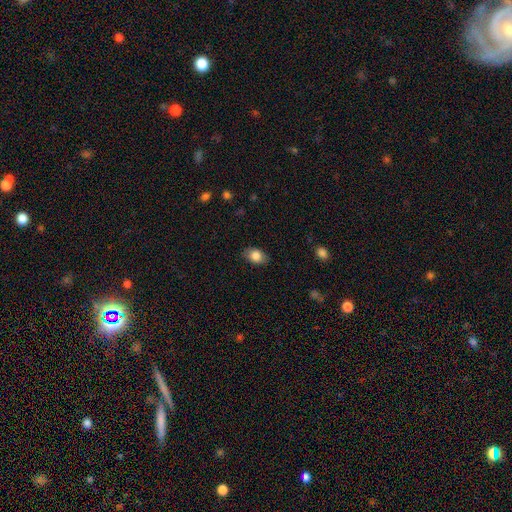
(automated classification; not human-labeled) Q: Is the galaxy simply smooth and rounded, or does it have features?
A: smooth — 83%.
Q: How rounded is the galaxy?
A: in between — 80%.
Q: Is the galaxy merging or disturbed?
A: none — 83%.